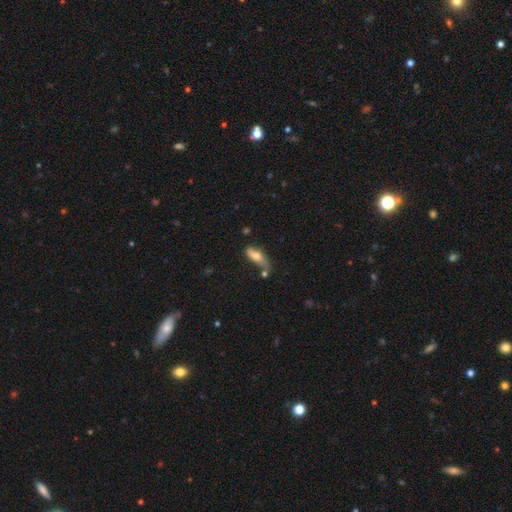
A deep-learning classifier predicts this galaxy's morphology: This appears to be a smooth galaxy with no disk features (65%) that is in between round and cigar-shaped (64%). Merging: none (46%).